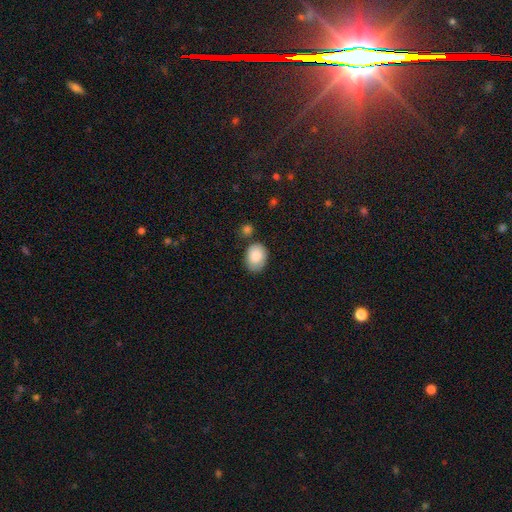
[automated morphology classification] smooth-or-featured: smooth: 86% | star or artifact: 7% | featured or disk: 7%
  how-rounded: in between: 72% | round: 27% | cigar-shaped: 1%
  merging: none: 69% | minor disturbance: 20% | merger: 7% | major disturbance: 4%